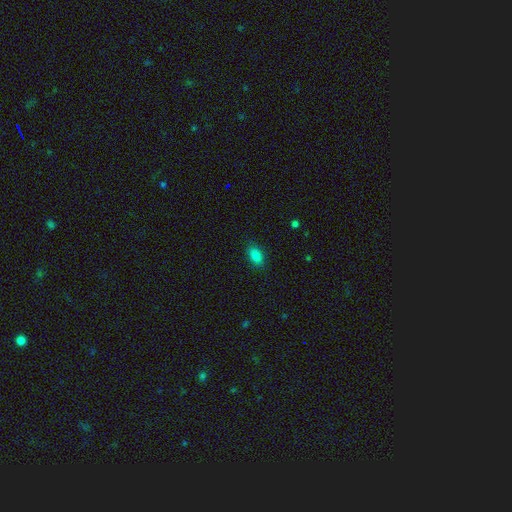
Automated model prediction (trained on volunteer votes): smooth 85%, star or artifact 10%, featured or disk 5%. Down the decision tree: how rounded — in between (90%); merging — none (87%).